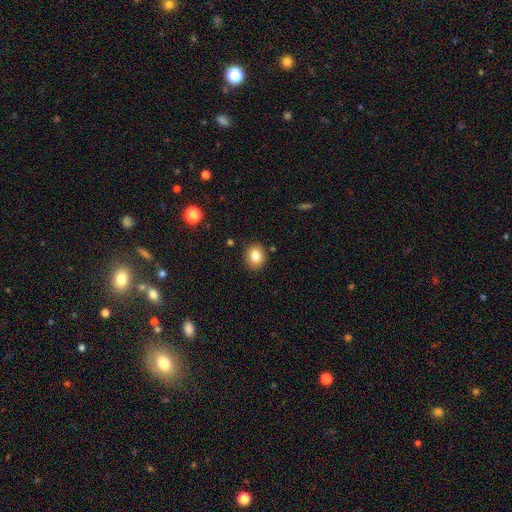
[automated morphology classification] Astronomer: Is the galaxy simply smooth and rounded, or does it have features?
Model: smooth — 82%.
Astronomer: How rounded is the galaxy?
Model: round — 61% (runner-up: in between, 38%).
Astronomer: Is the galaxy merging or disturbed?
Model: none — 87%.